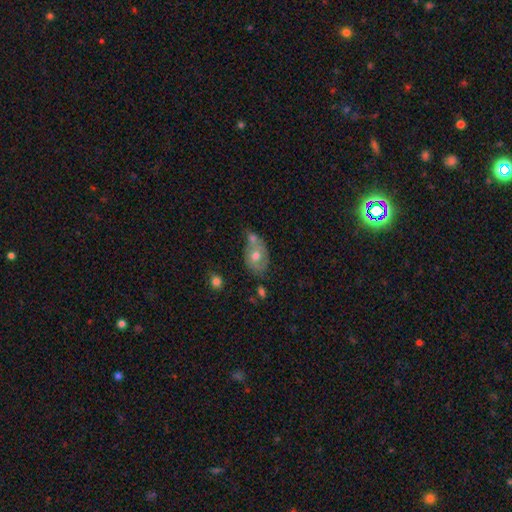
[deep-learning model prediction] Smooth or featured? Predicted: smooth (p=0.57). How rounded? Predicted: in between (p=0.76). Merging? Predicted: none (p=0.39).